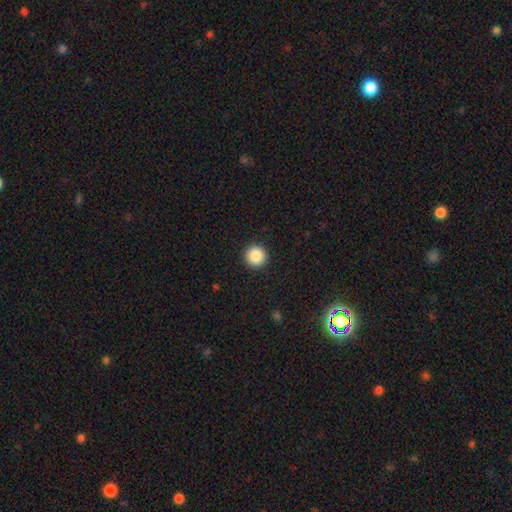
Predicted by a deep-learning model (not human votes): Smooth or featured: smooth — 87% (star or artifact — 9%)
How rounded: round — 96% (in between — 3%)
Merging: none — 93% (minor disturbance — 4%)